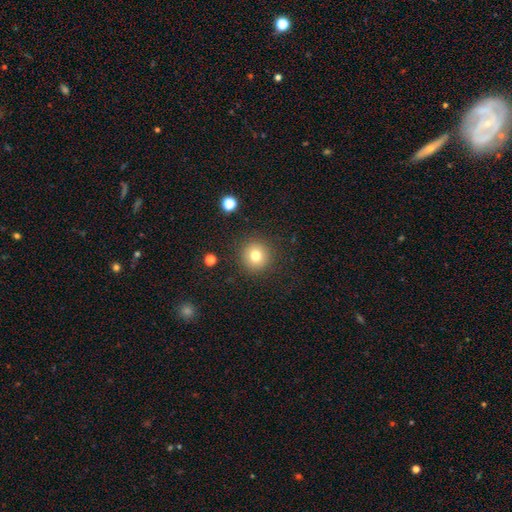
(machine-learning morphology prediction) Smooth or featured? Predicted: smooth (p=0.78). How rounded? Predicted: round (p=0.94). Merging? Predicted: none (p=0.90).